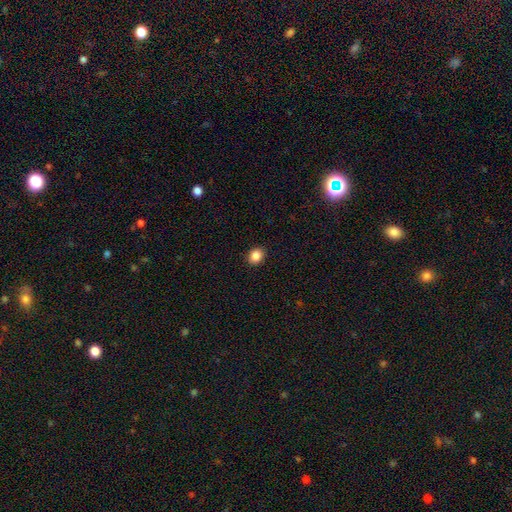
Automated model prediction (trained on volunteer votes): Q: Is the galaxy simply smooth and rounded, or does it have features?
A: smooth — 87%.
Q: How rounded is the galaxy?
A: round — 56%.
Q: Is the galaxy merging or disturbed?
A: none — 91%.